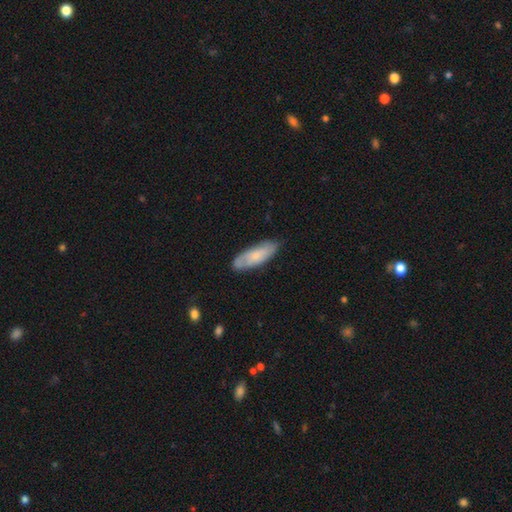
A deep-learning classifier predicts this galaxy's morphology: The model was most divided on "how rounded": in between: 61%, cigar-shaped: 38%, round: 2%. More confident: merging — none (77%); smooth or featured — smooth (59%).